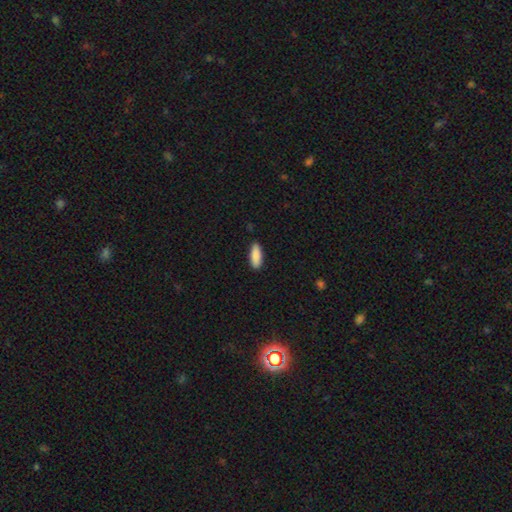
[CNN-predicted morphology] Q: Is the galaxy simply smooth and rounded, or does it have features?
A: smooth — 89%.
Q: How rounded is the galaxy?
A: in between — 72%.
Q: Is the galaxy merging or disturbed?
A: none — 88%.